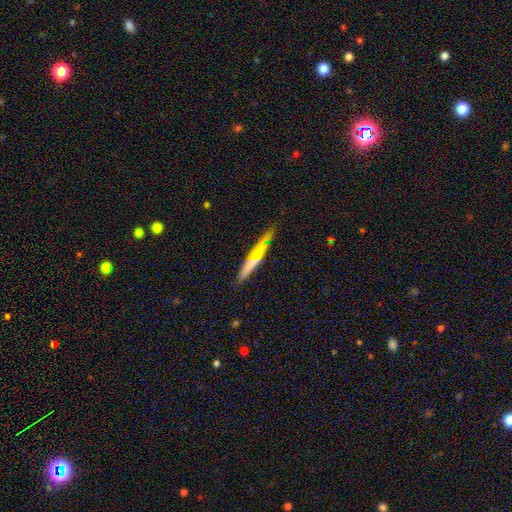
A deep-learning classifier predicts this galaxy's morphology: This appears to be a smooth galaxy with no disk features (53%) that is cigar-shaped (93%). Merging: none (76%).